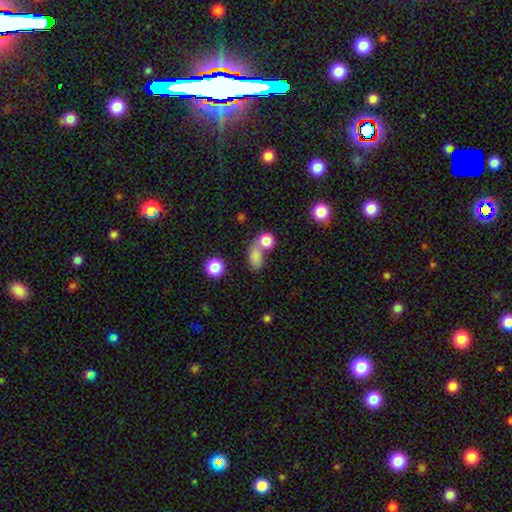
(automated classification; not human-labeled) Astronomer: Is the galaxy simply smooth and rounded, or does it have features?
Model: smooth — 80%.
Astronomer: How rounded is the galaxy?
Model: in between — 64%.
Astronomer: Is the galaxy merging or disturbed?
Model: merger — 41% (runner-up: none, 40%).